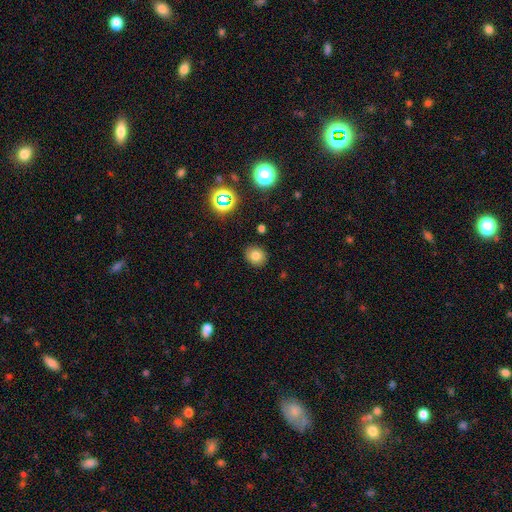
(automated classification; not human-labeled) This is likely a smooth galaxy (75%). How rounded: likely round (71%). Merging: clearly none (89%).